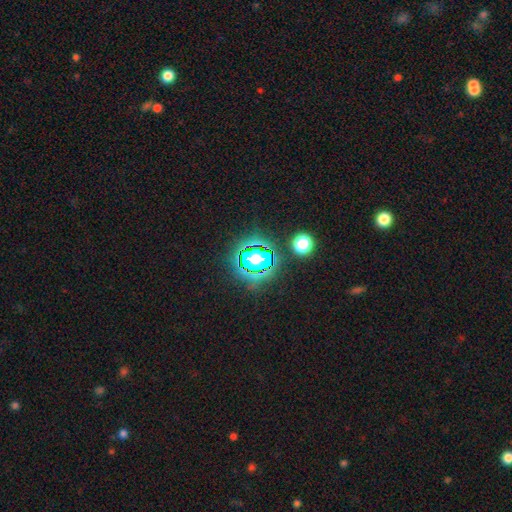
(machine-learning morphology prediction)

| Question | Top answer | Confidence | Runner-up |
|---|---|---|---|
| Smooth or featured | star or artifact | 78% | smooth (15%) |